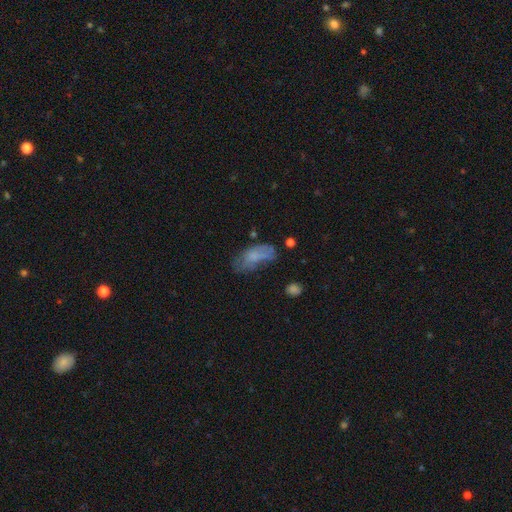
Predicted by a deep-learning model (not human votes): smooth 61%, featured or disk 27%, star or artifact 12%. Down the decision tree: how rounded — in between (86%); merging — none (35%).